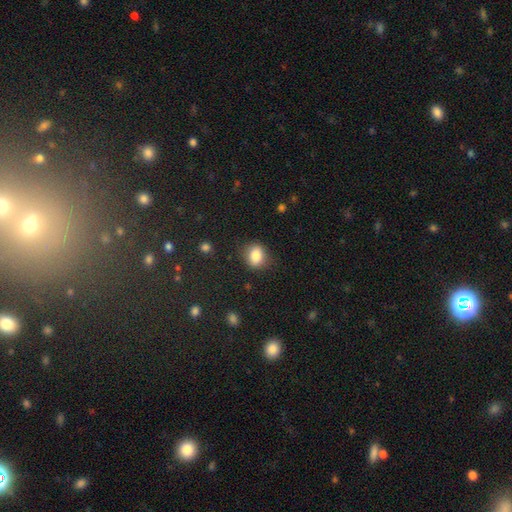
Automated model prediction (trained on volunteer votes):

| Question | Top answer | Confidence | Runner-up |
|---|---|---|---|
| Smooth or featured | smooth | 83% | star or artifact (9%) |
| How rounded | round | 52% | in between (47%) |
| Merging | none | 80% | minor disturbance (14%) |